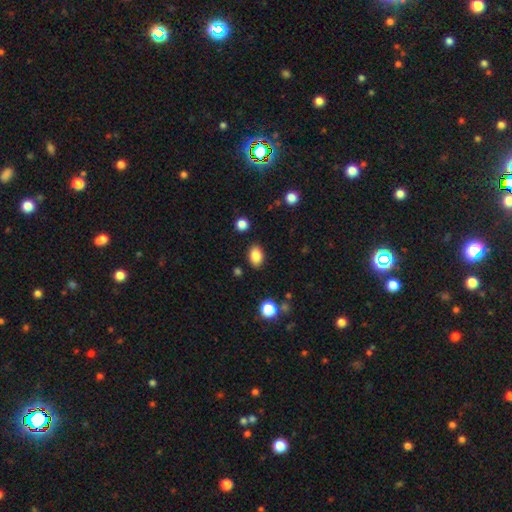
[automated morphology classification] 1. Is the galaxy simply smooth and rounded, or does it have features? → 86% smooth, 9% star or artifact, 5% featured or disk.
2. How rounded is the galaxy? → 80% in between, 19% round, 1% cigar-shaped.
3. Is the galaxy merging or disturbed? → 86% none, 9% minor disturbance, 3% major disturbance, 2% merger.